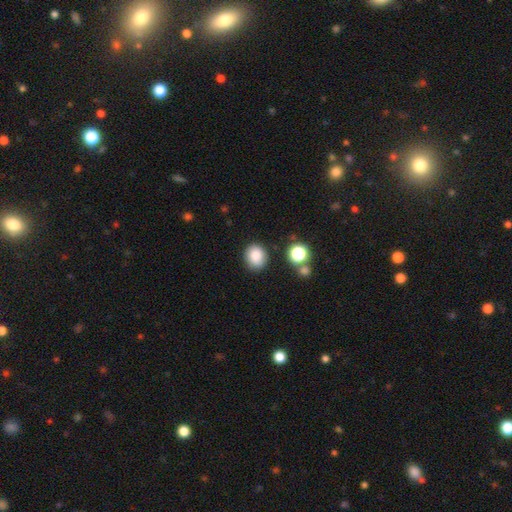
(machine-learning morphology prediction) smooth_or_featured: smooth (p=0.85) [alt: star or artifact p=0.10]
how_rounded: round (p=0.69) [alt: in between p=0.30]
merging: none (p=0.83) [alt: minor disturbance p=0.11]